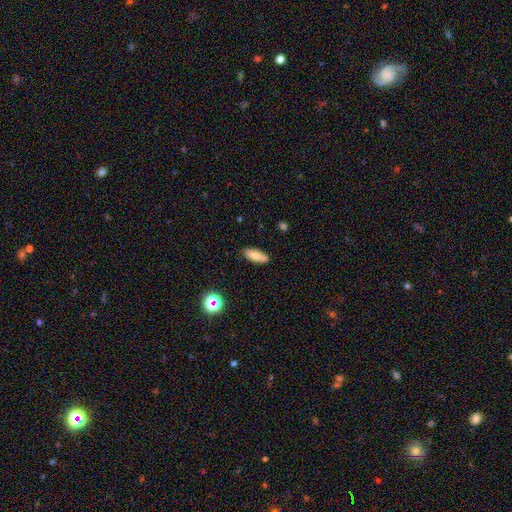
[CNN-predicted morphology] A smooth galaxy with no disk features (78%) that is in between round and cigar-shaped (67%).

Vote fractions:
- Smooth or featured? smooth: 78% / featured or disk: 13% / star or artifact: 9%
- How rounded? in between: 67% / cigar-shaped: 30% / round: 3%
- Merging? none: 81% / minor disturbance: 12% / merger: 4% / major disturbance: 3%